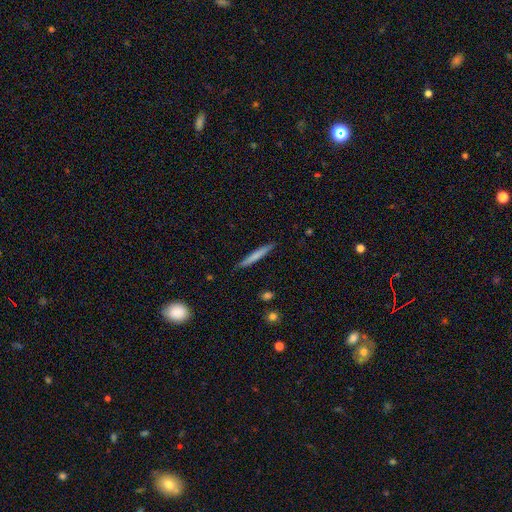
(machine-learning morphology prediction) smooth-or-featured: smooth: 68% | featured or disk: 27% | star or artifact: 5%
  how-rounded: cigar-shaped: 96% | in between: 3% | round: 1%
  merging: none: 89% | minor disturbance: 9% | major disturbance: 2% | merger: 1%